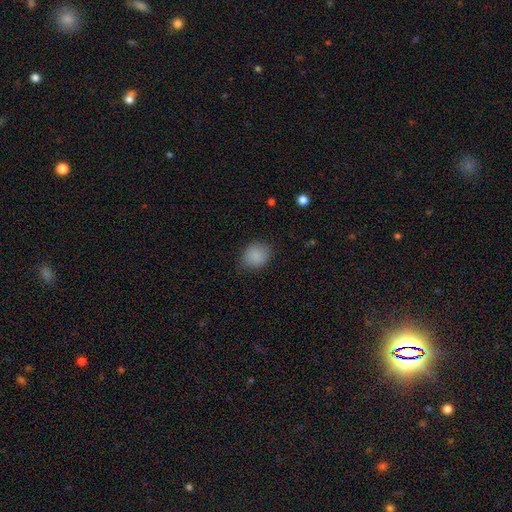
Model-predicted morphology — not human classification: Overall: smooth (87%). How rounded: round (61%; in between 38%). Merging: none (77%).